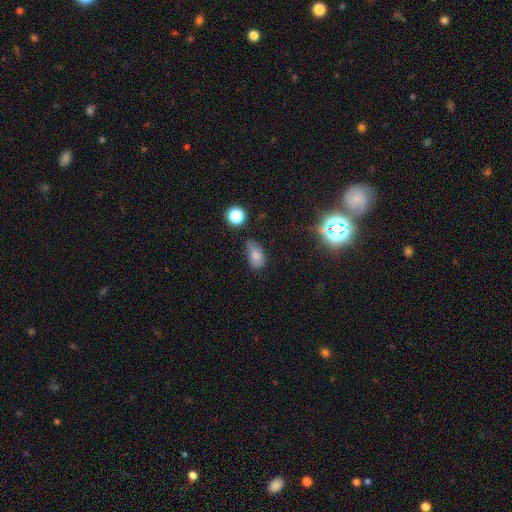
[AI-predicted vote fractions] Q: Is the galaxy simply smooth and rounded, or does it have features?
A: smooth — 76%.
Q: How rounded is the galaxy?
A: in between — 88%.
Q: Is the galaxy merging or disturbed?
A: none — 45%.